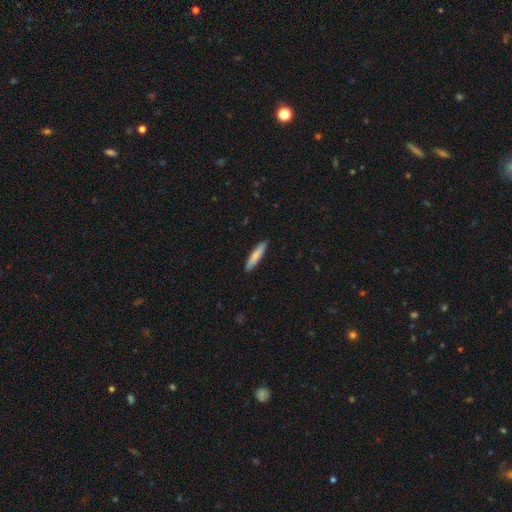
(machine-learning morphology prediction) This is likely a smooth galaxy (80%). How rounded: clearly cigar-shaped (88%). Merging: clearly none (91%).